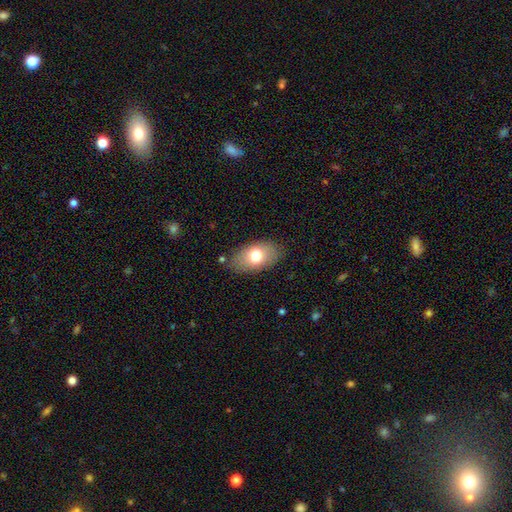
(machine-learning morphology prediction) smooth 72%, featured or disk 20%, star or artifact 8%. Down the decision tree: how rounded — in between (91%); merging — none (81%).